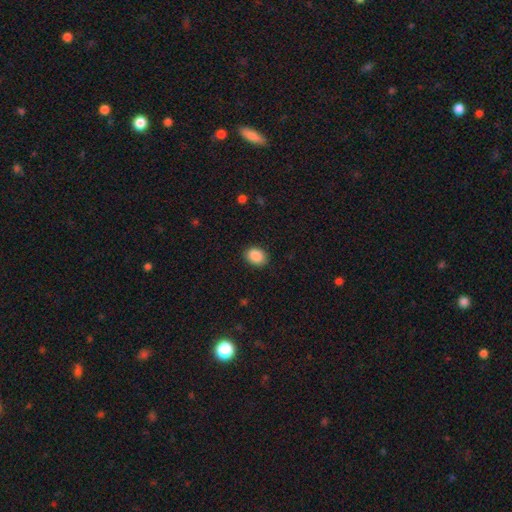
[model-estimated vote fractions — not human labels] This appears to be a smooth galaxy with no disk features (90%) that is in between round and cigar-shaped (63%). Merging: none (88%).